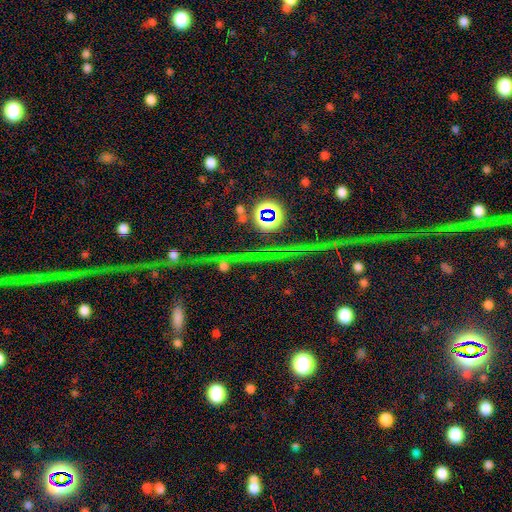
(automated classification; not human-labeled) smooth_or_featured: star or artifact (p=0.77) [alt: featured or disk p=0.13]